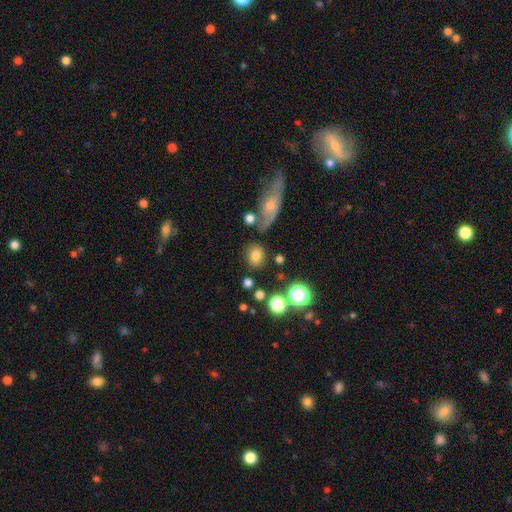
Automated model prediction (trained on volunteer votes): smooth 80%, star or artifact 11%, featured or disk 10%. Down the decision tree: how rounded — round (62%); merging — none (75%).